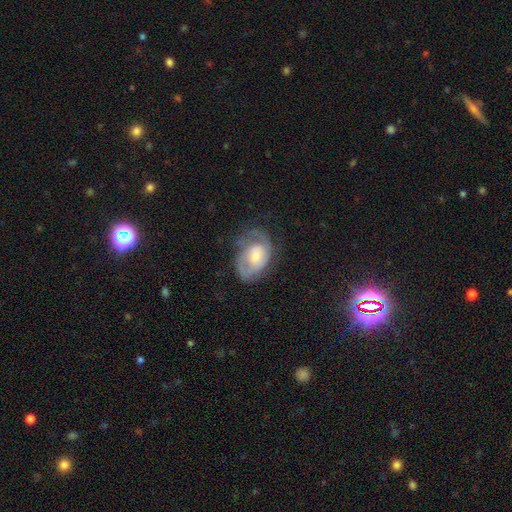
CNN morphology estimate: Smooth or featured: featured or disk — 69% (smooth — 24%)
Edge-on disk: no — 96% (yes — 4%)
Bar: no — 67% (weak — 28%)
Spiral arms: yes — 83% (no — 17%)
Spiral winding: tight — 50% (medium — 36%)
Spiral arm count: 2 — 47% (can't tell — 30%)
Bulge size: moderate — 50% (small — 38%)
Merging: none — 57% (minor disturbance — 25%)